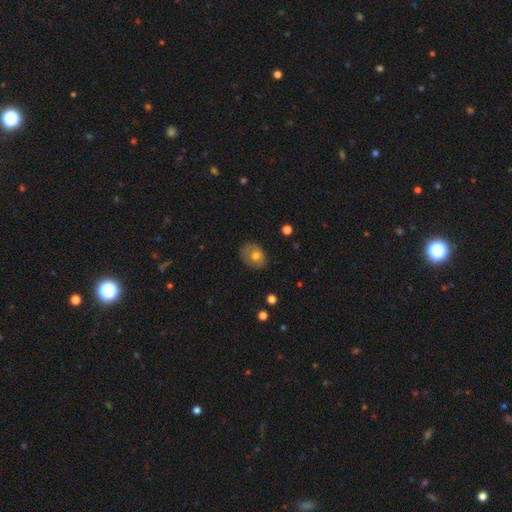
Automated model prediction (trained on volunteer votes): The model was most divided on "how rounded": in between: 58%, round: 41%, cigar-shaped: 1%. More confident: merging — none (73%); smooth or featured — smooth (69%).